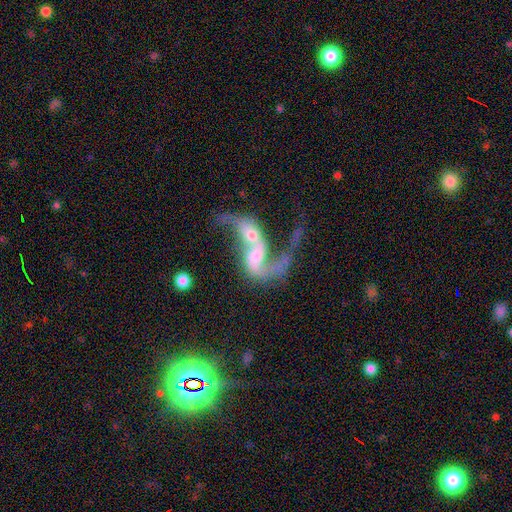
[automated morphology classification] Smooth or featured? featured or disk (71%)
Edge-on disk? no (95%)
Bar? no (58%)
Spiral arms? yes (72%)
Bulge size? moderate (44%)
Merging? merger (79%)